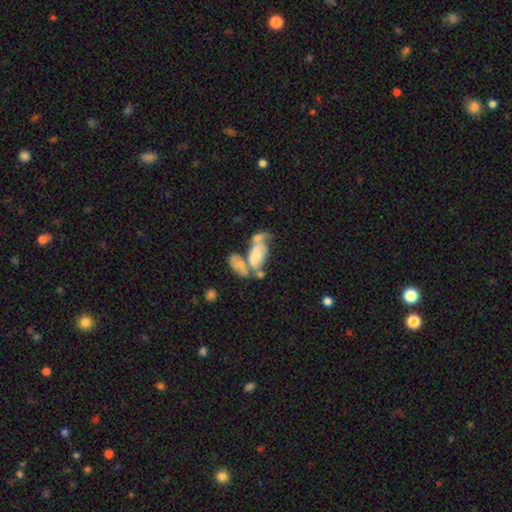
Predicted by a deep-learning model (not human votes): This is possibly a smooth galaxy (59%). How rounded: clearly in between (91%). Merging: possibly merger (58%).